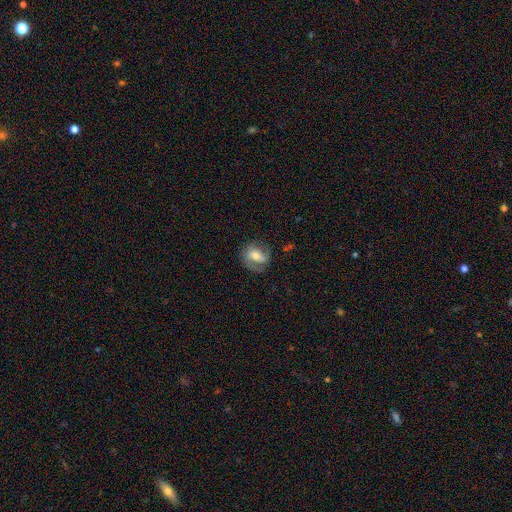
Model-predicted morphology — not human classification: Smooth or featured: featured or disk — 59% (smooth — 34%)
Edge-on disk: no — 95% (yes — 5%)
Bar: weak — 38% (no — 34%)
Spiral arms: yes — 81% (no — 19%)
Bulge size: moderate — 61% (small — 29%)
Merging: none — 68% (minor disturbance — 20%)